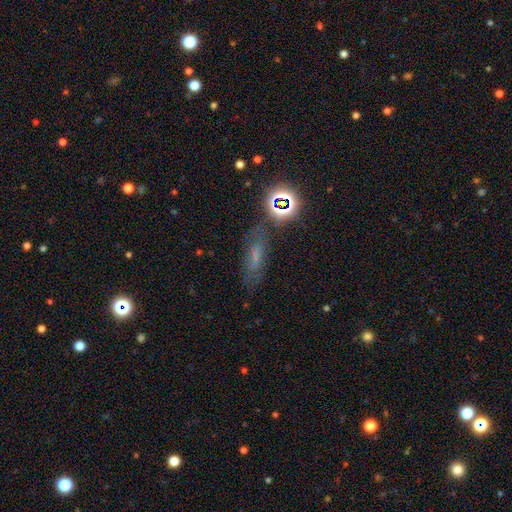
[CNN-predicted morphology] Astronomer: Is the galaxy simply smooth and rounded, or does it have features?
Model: smooth — 44% (runner-up: featured or disk, 29%).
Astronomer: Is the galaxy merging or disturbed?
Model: none — 65%.